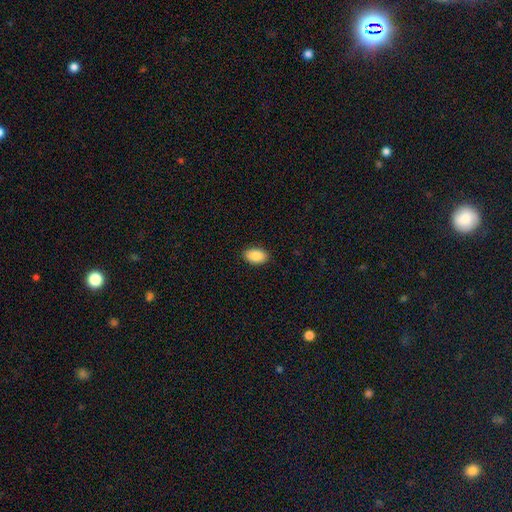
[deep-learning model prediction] The model was most divided on "merging": none: 90%, minor disturbance: 7%, major disturbance: 2%, merger: 1%. More confident: how rounded — in between (93%); smooth or featured — smooth (90%).